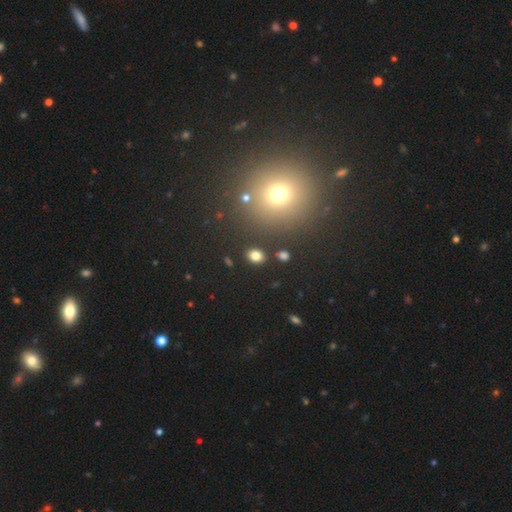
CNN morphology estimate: Overall: smooth (80%). How rounded: in between (64%; round 35%). Merging: none (86%).